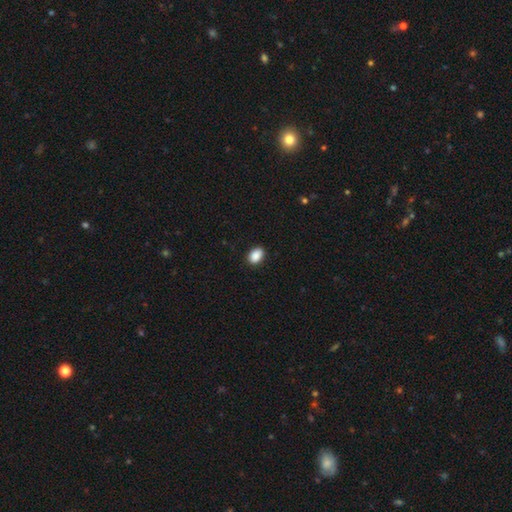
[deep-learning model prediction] This is clearly a smooth galaxy (90%). How rounded: clearly in between (83%). Merging: clearly none (89%).